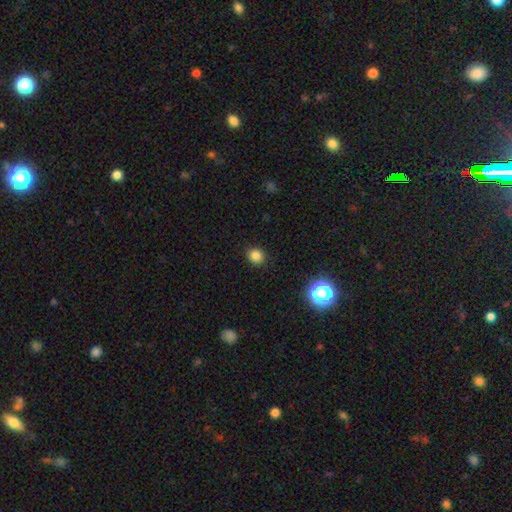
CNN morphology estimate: Q: Smooth or featured?
A: smooth (83%); runner-up: star or artifact (13%)
Q: How rounded?
A: round (80%); runner-up: in between (19%)
Q: Merging?
A: none (91%); runner-up: minor disturbance (6%)